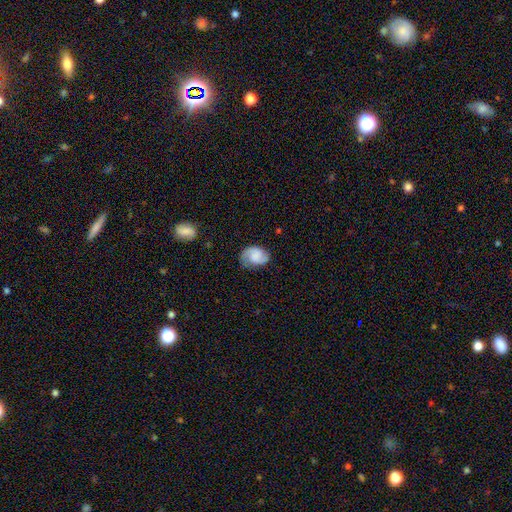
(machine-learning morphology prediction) Q: Smooth or featured?
A: featured or disk (59%); runner-up: smooth (33%)
Q: Edge-on disk?
A: no (98%); runner-up: yes (2%)
Q: Bar?
A: no (58%); runner-up: weak (35%)
Q: Spiral arms?
A: yes (93%); runner-up: no (7%)
Q: Spiral winding?
A: medium (46%); runner-up: loose (27%)
Q: Spiral arm count?
A: 2 (84%); runner-up: 1 (6%)
Q: Bulge size?
A: none (42%); runner-up: small (20%)
Q: Merging?
A: none (69%); runner-up: minor disturbance (22%)